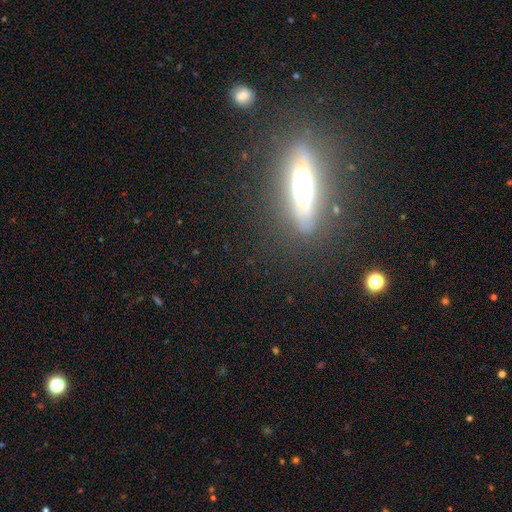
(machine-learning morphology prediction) Smooth or featured? featured or disk (53%)
Edge-on disk? yes (80%)
Merging? none (79%)